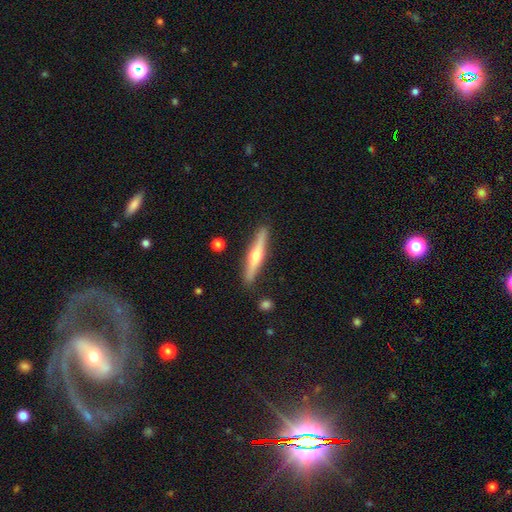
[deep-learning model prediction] Smooth or featured: featured or disk — 63% (smooth — 31%)
Edge-on disk: yes — 97% (no — 3%)
Edge-on bulge: rounded — 91% (none — 6%)
Merging: none — 89% (minor disturbance — 8%)